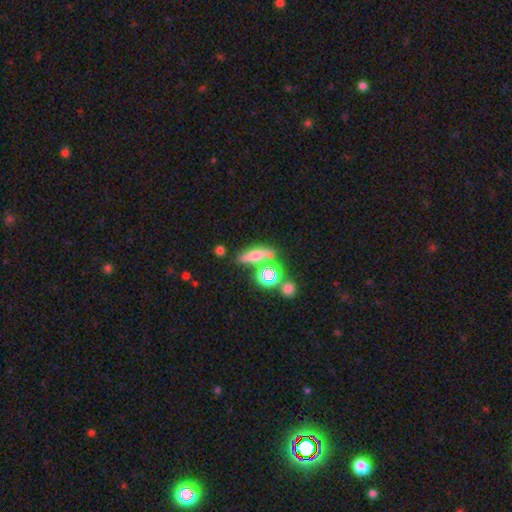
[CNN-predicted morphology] Q: Smooth or featured?
A: smooth (47%); runner-up: featured or disk (30%)
Q: Merging?
A: none (65%); runner-up: merger (16%)